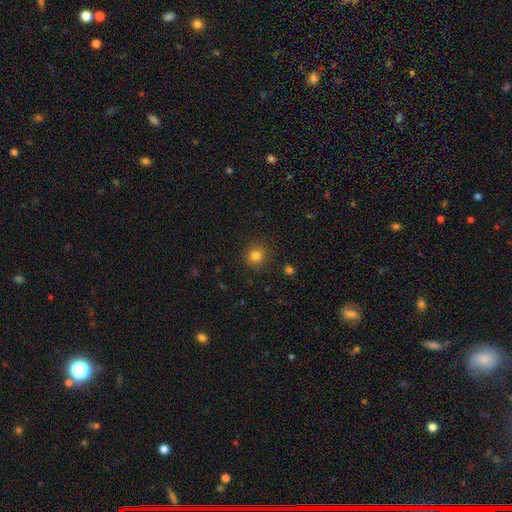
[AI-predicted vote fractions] Smooth or featured?
  - smooth: 82% *
  - star or artifact: 13%
  - featured or disk: 5%
How rounded?
  - round: 92% *
  - in between: 7%
  - cigar-shaped: 1%
Merging?
  - none: 89% *
  - minor disturbance: 7%
  - major disturbance: 2%
  - merger: 1%